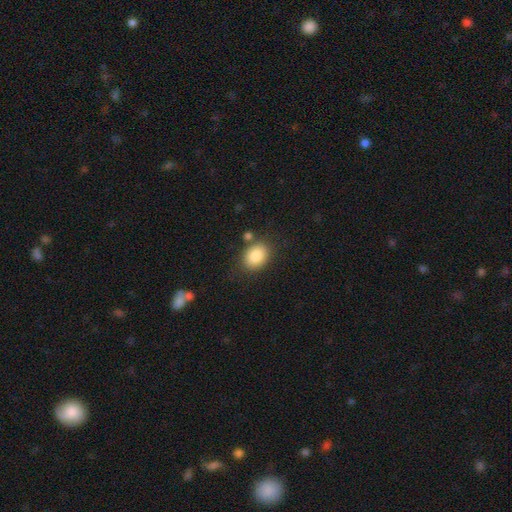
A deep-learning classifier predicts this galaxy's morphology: This is clearly a smooth galaxy (87%). How rounded: likely in between (66%). Merging: likely none (77%).